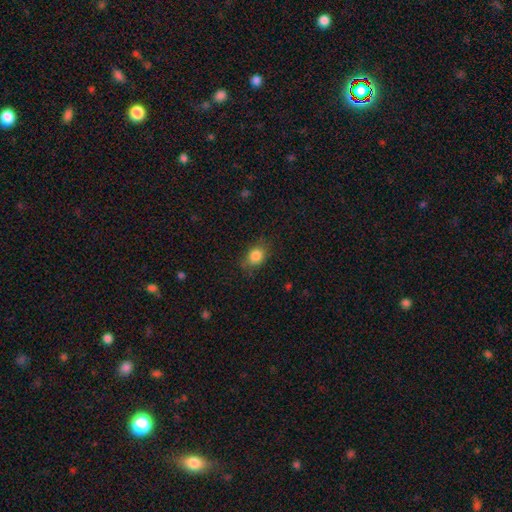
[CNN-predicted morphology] Smooth or featured? smooth (85%)
How rounded? in between (60%)
Merging? none (77%)